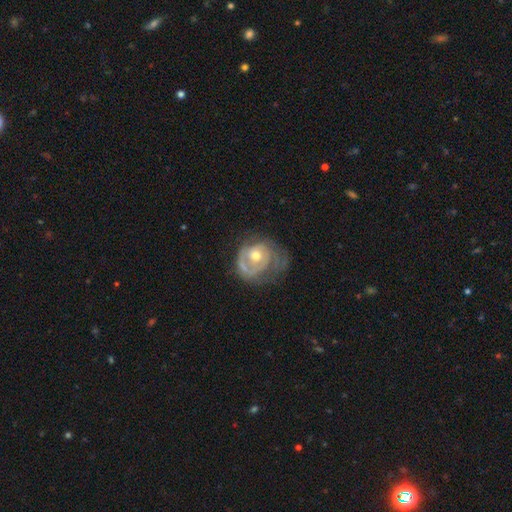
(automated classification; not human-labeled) Smooth or featured: featured or disk — 75% (smooth — 19%)
Edge-on disk: no — 97% (yes — 3%)
Bar: no — 79% (weak — 17%)
Spiral arms: yes — 80% (no — 20%)
Spiral winding: tight — 61% (medium — 27%)
Spiral arm count: can't tell — 31% (1 — 29%)
Bulge size: moderate — 69% (small — 24%)
Merging: none — 43% (major disturbance — 29%)